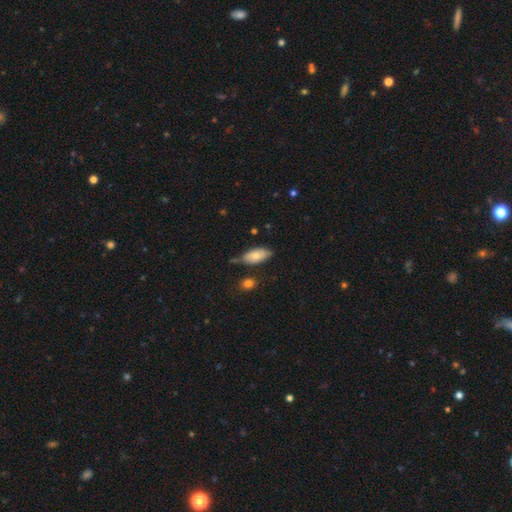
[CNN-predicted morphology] smooth_or_featured: smooth (p=0.75) [alt: featured or disk p=0.18]
how_rounded: in between (p=0.91) [alt: cigar-shaped p=0.06]
merging: none (p=0.63) [alt: minor disturbance p=0.25]